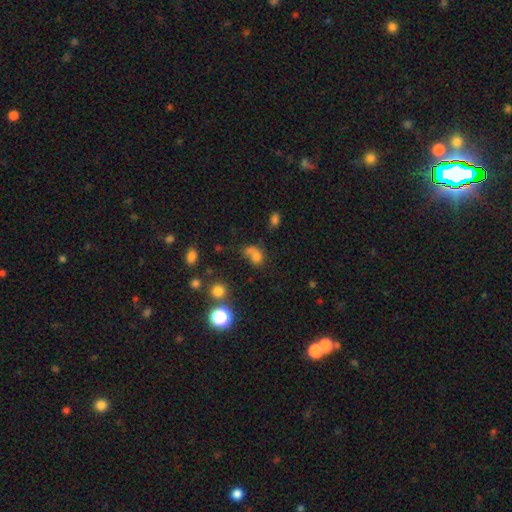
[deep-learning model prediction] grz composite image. It shows a smooth galaxy with no disk features (69%) that is round (59%). Merging: merger (42%).